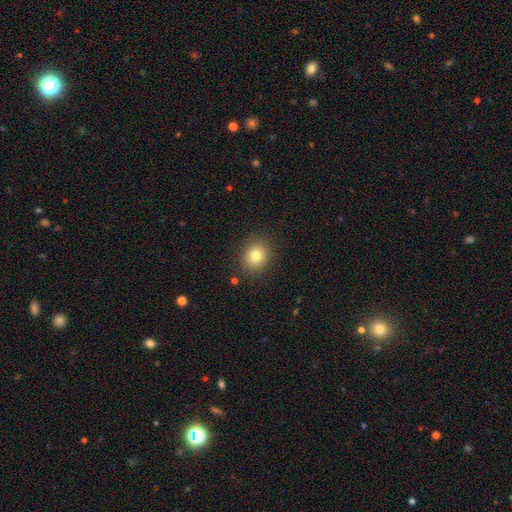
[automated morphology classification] Smooth or featured? smooth (80%)
How rounded? round (67%)
Merging? none (88%)